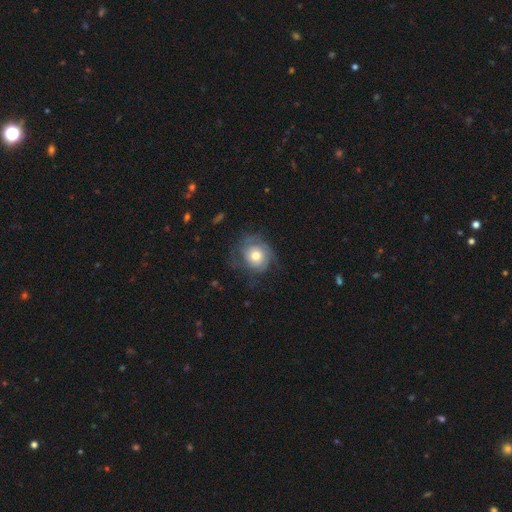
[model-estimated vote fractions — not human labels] Morphology: type=smooth (46%); merging=none (58%).